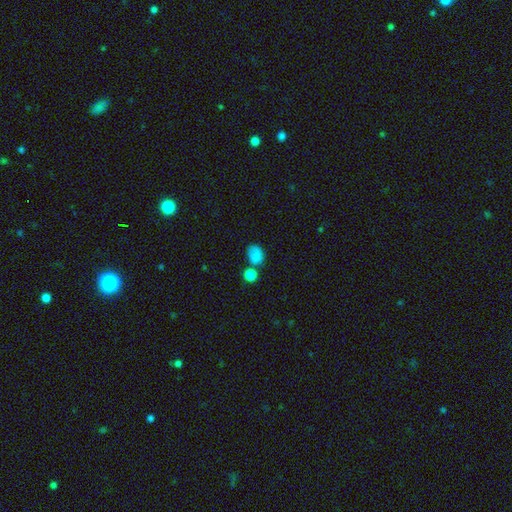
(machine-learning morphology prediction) The model was most divided on "how rounded": in between: 58%, round: 40%, cigar-shaped: 1%. More confident: smooth or featured — smooth (80%); merging — none (58%).